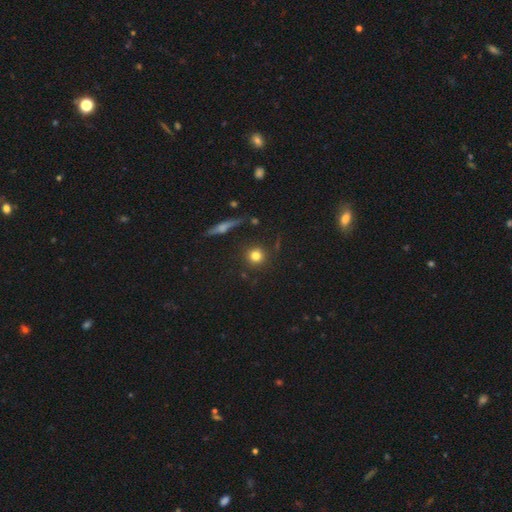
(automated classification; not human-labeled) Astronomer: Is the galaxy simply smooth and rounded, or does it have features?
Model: smooth — 78%.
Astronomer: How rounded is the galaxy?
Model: round — 92%.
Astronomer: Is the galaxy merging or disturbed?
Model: none — 86%.